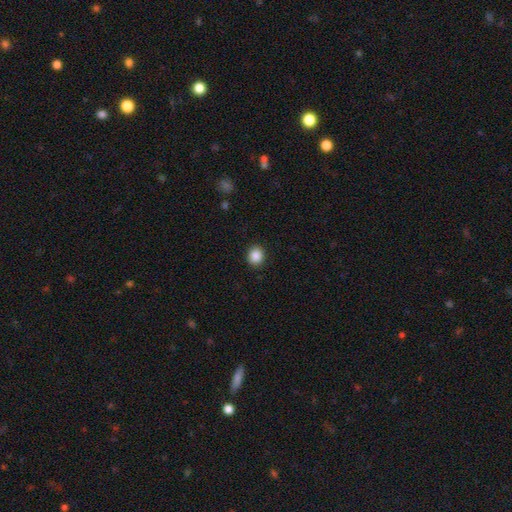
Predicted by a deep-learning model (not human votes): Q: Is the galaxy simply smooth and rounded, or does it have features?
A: smooth — 88%.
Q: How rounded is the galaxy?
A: round — 75%.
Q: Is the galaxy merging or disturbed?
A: none — 91%.